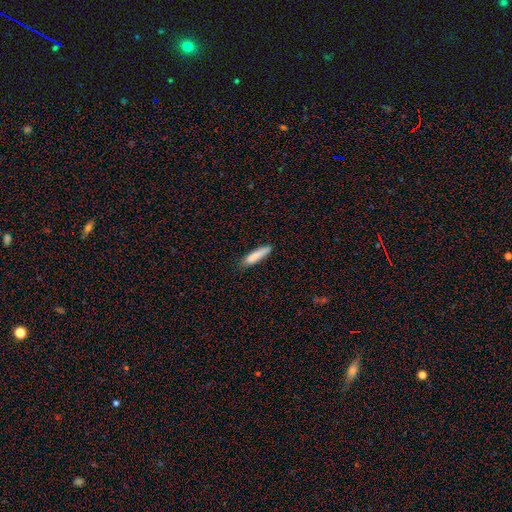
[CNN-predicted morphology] A smooth galaxy with no disk features (85%) that is cigar-shaped (79%). Merging: none (81%).